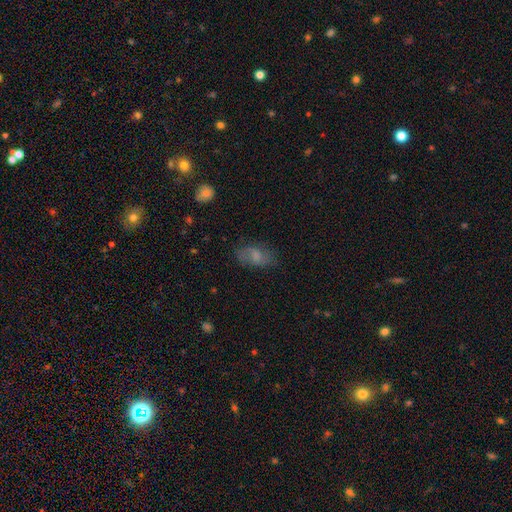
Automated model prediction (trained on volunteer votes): Q: Smooth or featured?
A: smooth (62%); runner-up: featured or disk (28%)
Q: How rounded?
A: in between (89%); runner-up: round (7%)
Q: Merging?
A: none (69%); runner-up: minor disturbance (20%)